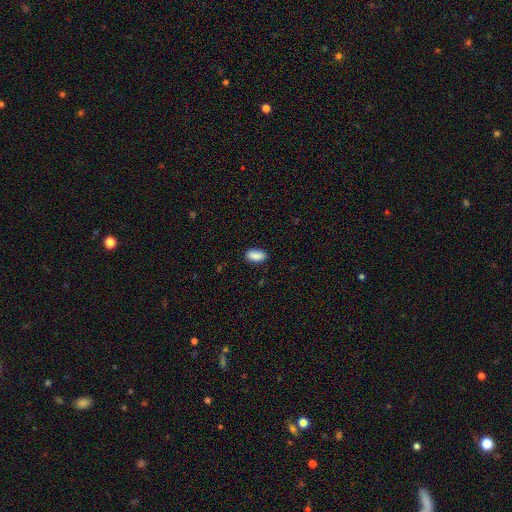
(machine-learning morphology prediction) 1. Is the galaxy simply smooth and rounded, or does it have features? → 89% smooth, 7% star or artifact, 4% featured or disk.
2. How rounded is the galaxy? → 92% in between, 4% cigar-shaped, 4% round.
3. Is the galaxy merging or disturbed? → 86% none, 11% minor disturbance, 2% major disturbance, 1% merger.